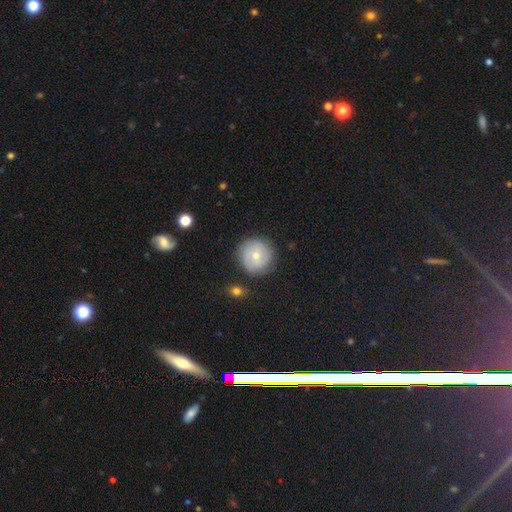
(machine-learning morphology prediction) Smooth or featured? Predicted: smooth (p=0.52). How rounded? Predicted: round (p=0.94). Merging? Predicted: none (p=0.81).